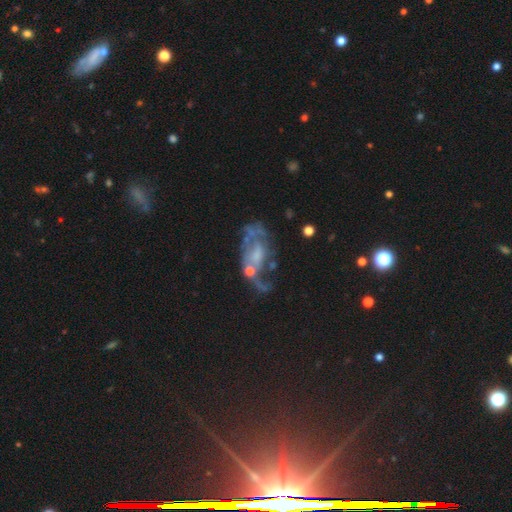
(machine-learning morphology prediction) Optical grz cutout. It shows a featured or disk galaxy (71%) with no bar (65%), spiral arms (53%) and a small central bulge (33%). Merging: major disturbance (37%).